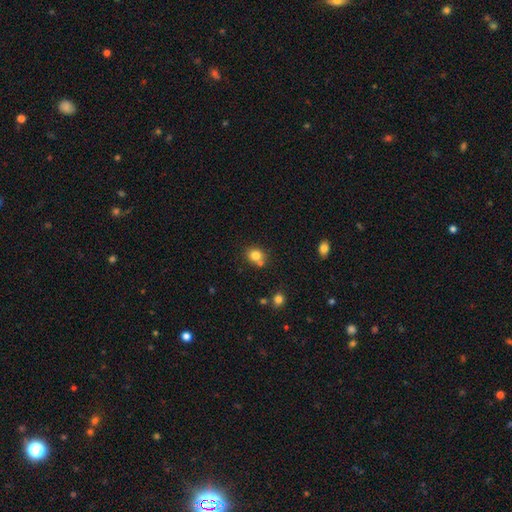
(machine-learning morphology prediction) smooth 80%, star or artifact 12%, featured or disk 8%. Down the decision tree: how rounded — round (69%); merging — none (61%).